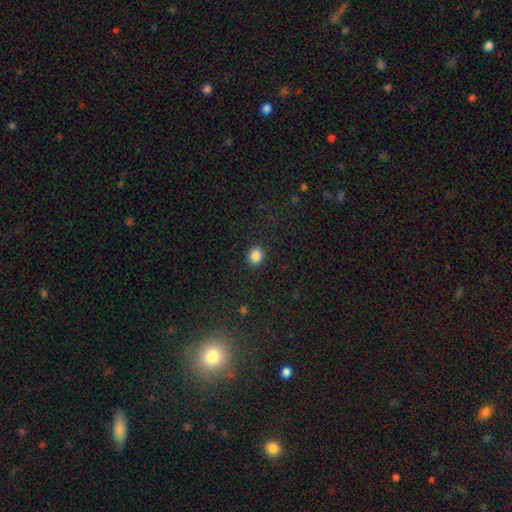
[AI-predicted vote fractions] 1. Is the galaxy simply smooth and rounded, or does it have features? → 87% smooth, 10% star or artifact, 4% featured or disk.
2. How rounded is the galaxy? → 53% round, 46% in between, 1% cigar-shaped.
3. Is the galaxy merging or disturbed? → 89% none, 7% minor disturbance, 2% major disturbance, 1% merger.